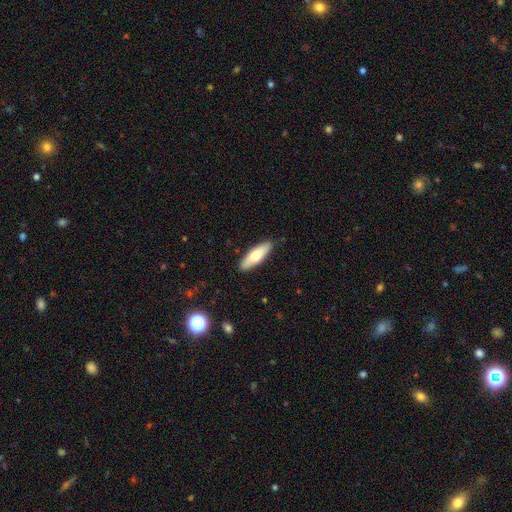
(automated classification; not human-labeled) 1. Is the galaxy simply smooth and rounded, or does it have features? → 67% smooth, 27% featured or disk, 5% star or artifact.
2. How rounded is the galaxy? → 50% in between, 48% cigar-shaped, 2% round.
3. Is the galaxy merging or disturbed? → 89% none, 9% minor disturbance, 2% major disturbance, 1% merger.